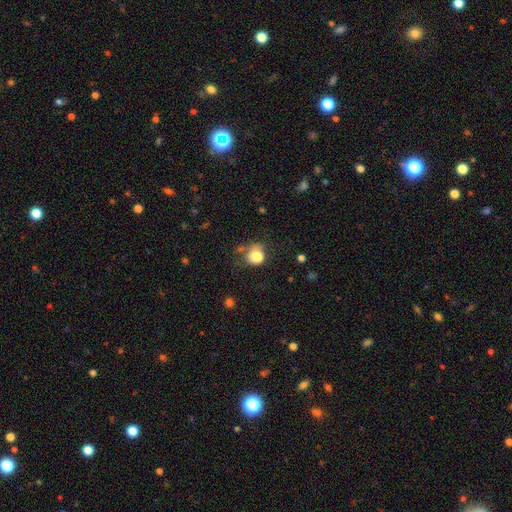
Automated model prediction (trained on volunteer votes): This is likely a smooth galaxy (76%). How rounded: likely round (72%). Merging: possibly none (49%).